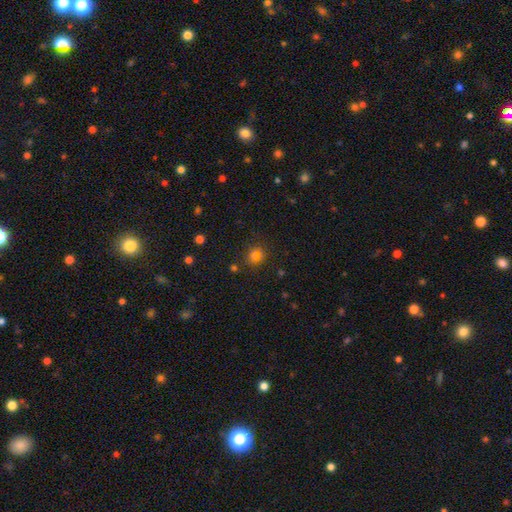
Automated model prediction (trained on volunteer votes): Smooth or featured? Predicted: smooth (p=0.70). How rounded? Predicted: round (p=0.78). Merging? Predicted: none (p=0.76).